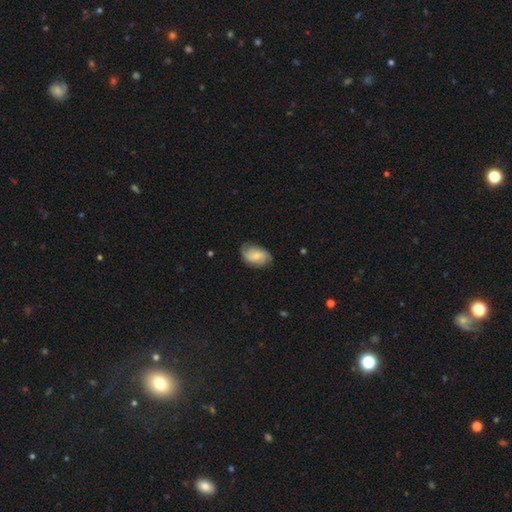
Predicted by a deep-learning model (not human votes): Smooth or featured?
  - featured or disk: 62% *
  - smooth: 31%
  - star or artifact: 7%
Edge-on disk?
  - no: 96% *
  - yes: 4%
Bar?
  - no: 52% *
  - weak: 40%
  - strong: 8%
Spiral arms?
  - yes: 92% *
  - no: 8%
Spiral winding?
  - medium: 42% *
  - tight: 34%
  - loose: 24%
Spiral arm count?
  - 2: 58% *
  - can't tell: 19%
  - 3: 13%
  - 1: 4%
  - 4: 3%
  - more than 4: 2%
Bulge size?
  - small: 55% *
  - moderate: 37%
  - none: 5%
  - large: 2%
  - dominant: 1%
Merging?
  - none: 73% *
  - minor disturbance: 20%
  - major disturbance: 5%
  - merger: 1%